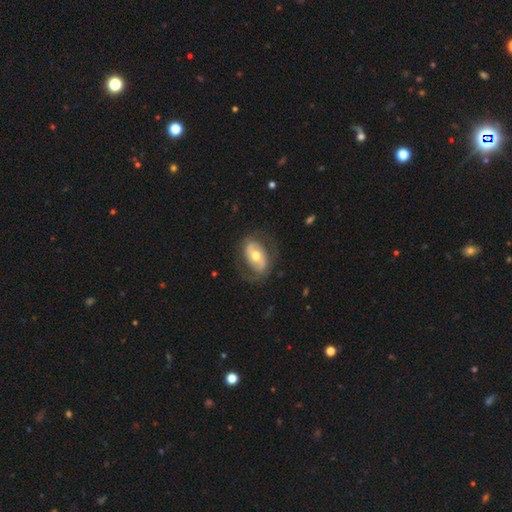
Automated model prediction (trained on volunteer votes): The model was most divided on "bar": no: 45%, weak: 32%, strong: 23%. More confident: edge-on disk — no (95%); bulge size — moderate (72%); merging — none (68%); spiral arms — yes (67%); smooth or featured — featured or disk (64%).